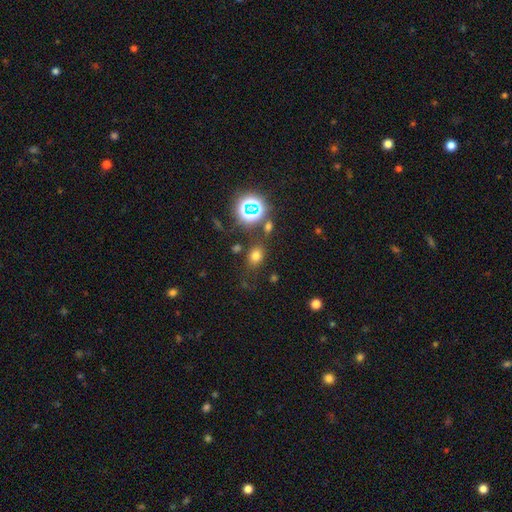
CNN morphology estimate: A smooth galaxy with no disk features (68%) that is in between round and cigar-shaped (57%).

Vote fractions:
- Smooth or featured? smooth: 68% / star or artifact: 24% / featured or disk: 8%
- How rounded? in between: 57% / round: 41% / cigar-shaped: 1%
- Merging? none: 76% / minor disturbance: 13% / merger: 6% / major disturbance: 5%